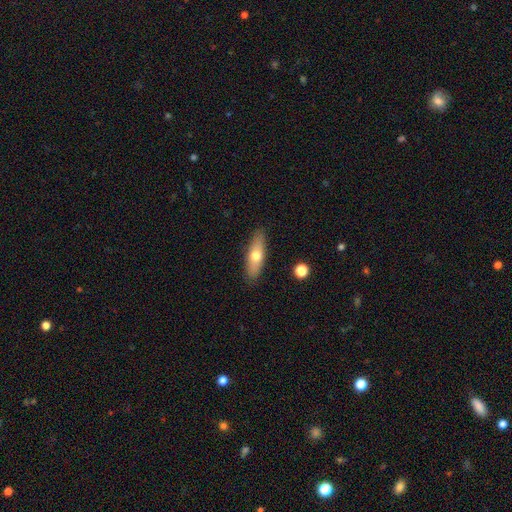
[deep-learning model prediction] Smooth or featured?
  - smooth: 60% *
  - featured or disk: 33%
  - star or artifact: 6%
How rounded?
  - in between: 49% *
  - cigar-shaped: 48%
  - round: 3%
Merging?
  - none: 88% *
  - minor disturbance: 8%
  - major disturbance: 2%
  - merger: 1%